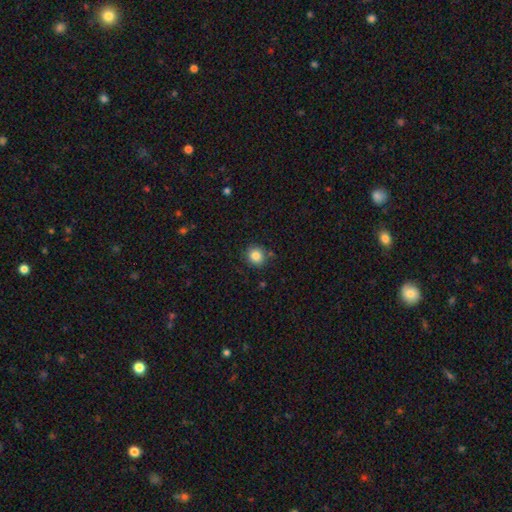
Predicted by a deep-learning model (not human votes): The model was most divided on "how rounded": round: 84%, in between: 15%, cigar-shaped: 1%. More confident: smooth or featured — smooth (84%); merging — none (84%).